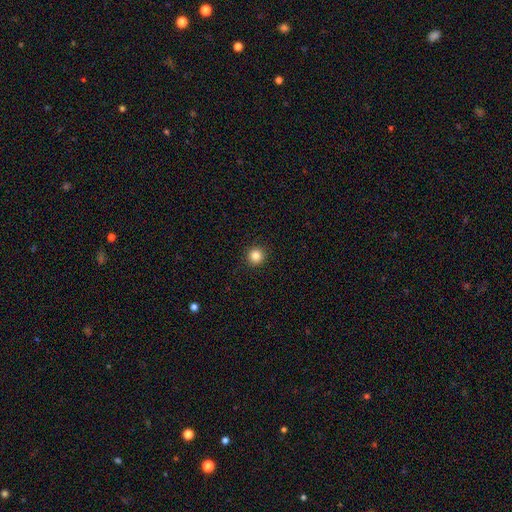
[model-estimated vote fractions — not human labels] Smooth or featured? smooth (84%)
How rounded? round (95%)
Merging? none (93%)